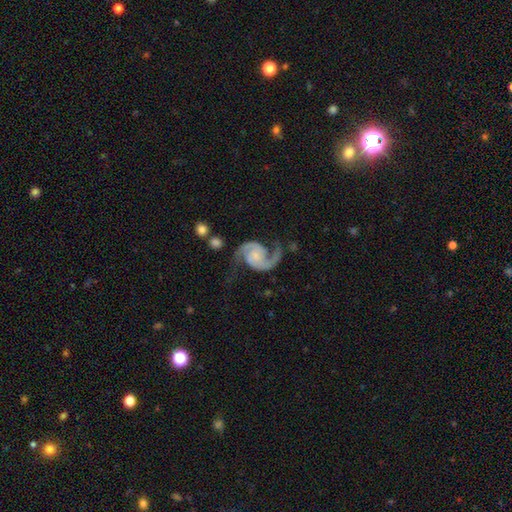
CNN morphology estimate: Smooth or featured? Predicted: featured or disk (p=0.92). Edge-on disk? Predicted: no (p=0.98). Bar? Predicted: no (p=0.65). Spiral arms? Predicted: yes (p=0.98). Spiral winding? Predicted: medium (p=0.49). Spiral arm count? Predicted: 2 (p=0.94). Bulge size? Predicted: small (p=0.44). Merging? Predicted: none (p=0.70).